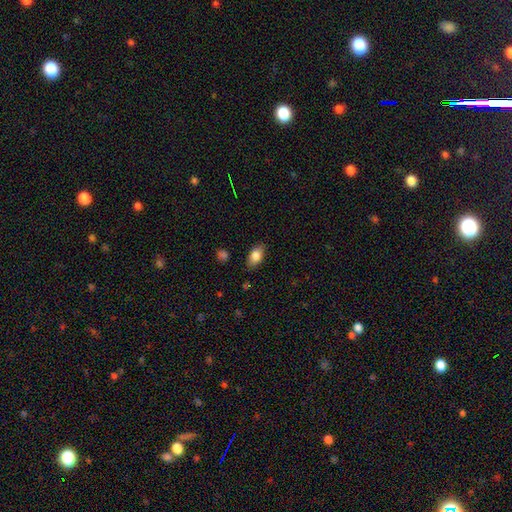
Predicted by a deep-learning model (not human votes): A smooth galaxy with no disk features (82%) that is in between round and cigar-shaped (88%). Merging: none (82%).